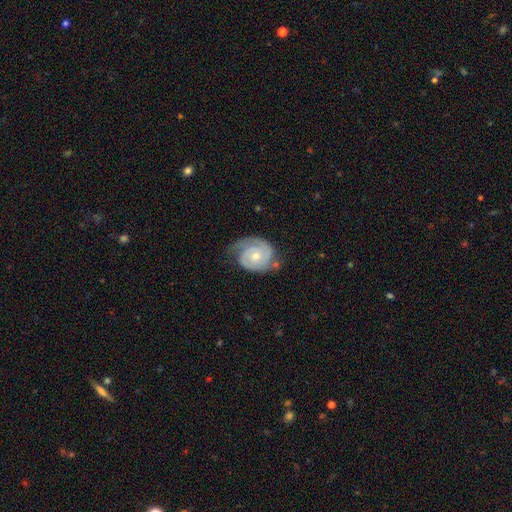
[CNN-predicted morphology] A featured or disk galaxy (84%) with no bar (71%), 2 (70%) tight (64%) spiral arms (96%) and a moderate central bulge (51%). Merging: none (61%).